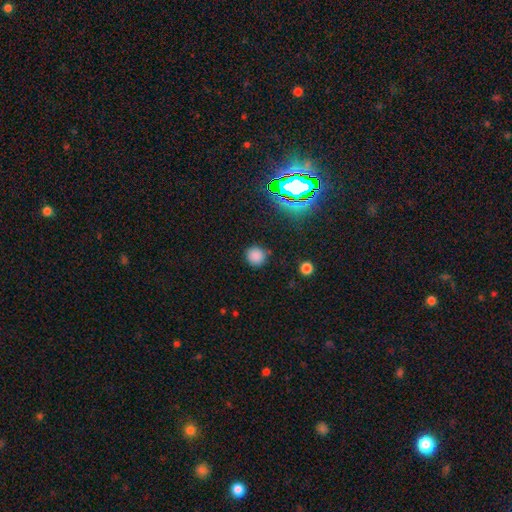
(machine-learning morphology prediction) Smooth or featured? Predicted: smooth (p=0.80). How rounded? Predicted: round (p=0.92). Merging? Predicted: none (p=0.86).